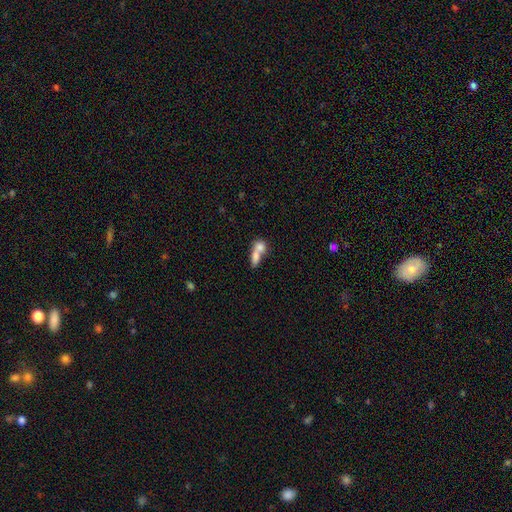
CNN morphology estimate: Smooth or featured? Predicted: smooth (p=0.74). How rounded? Predicted: in between (p=0.63). Merging? Predicted: merger (p=0.70).